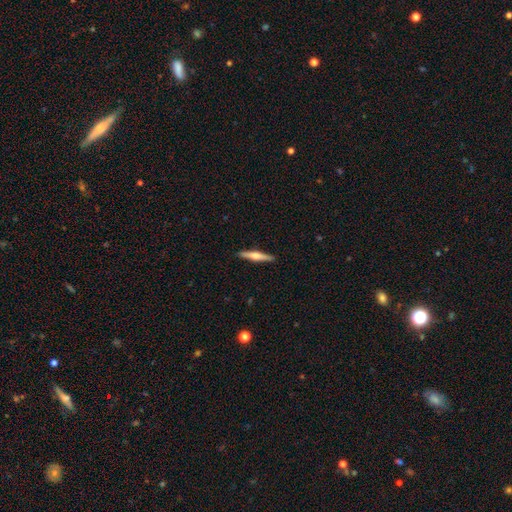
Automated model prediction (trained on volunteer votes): Smooth or featured?
  - featured or disk: 58% *
  - smooth: 36%
  - star or artifact: 5%
Edge-on disk?
  - yes: 98% *
  - no: 2%
Edge-on bulge?
  - rounded: 85% *
  - boxy: 8%
  - none: 7%
Merging?
  - none: 91% *
  - minor disturbance: 6%
  - major disturbance: 1%
  - merger: 1%